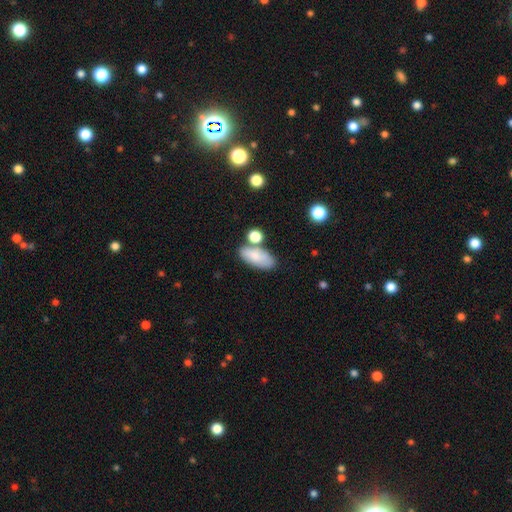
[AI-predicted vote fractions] A smooth galaxy with no disk features (80%) that is in between round and cigar-shaped (87%).

Vote fractions:
- Smooth or featured? smooth: 80% / featured or disk: 13% / star or artifact: 7%
- How rounded? in between: 87% / cigar-shaped: 8% / round: 4%
- Merging? none: 58% / merger: 20% / minor disturbance: 16% / major disturbance: 6%